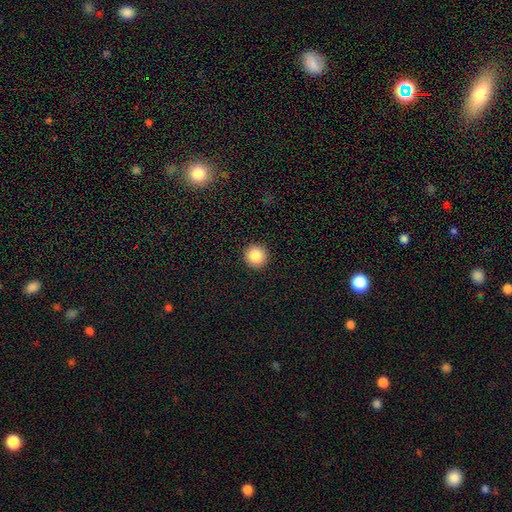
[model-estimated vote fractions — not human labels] Q: Smooth or featured?
A: smooth (86%); runner-up: star or artifact (9%)
Q: How rounded?
A: round (95%); runner-up: in between (4%)
Q: Merging?
A: none (93%); runner-up: minor disturbance (4%)